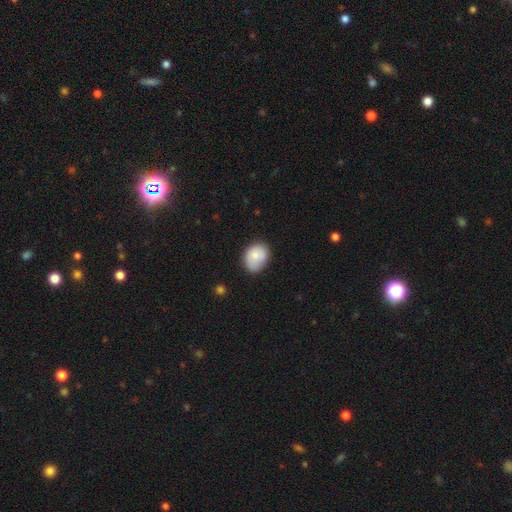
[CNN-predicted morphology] smooth 79%, featured or disk 14%, star or artifact 8%. Down the decision tree: how rounded — in between (54%); merging — none (63%).